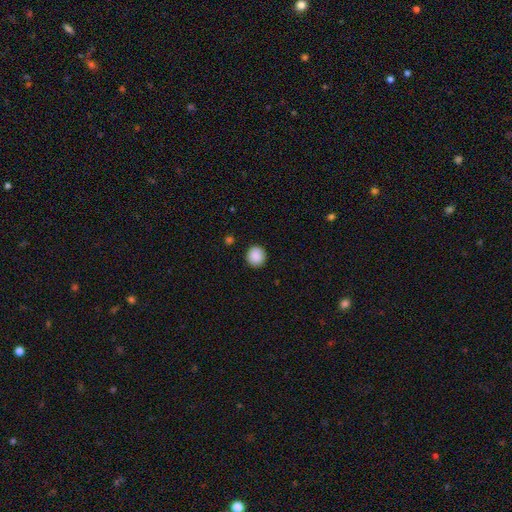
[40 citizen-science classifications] Volunteers were most divided on "smooth or featured": smooth: 85%, star or artifact: 12%, featured or disk: 2%. More confident: how rounded — round (97%); merging — none (89%).